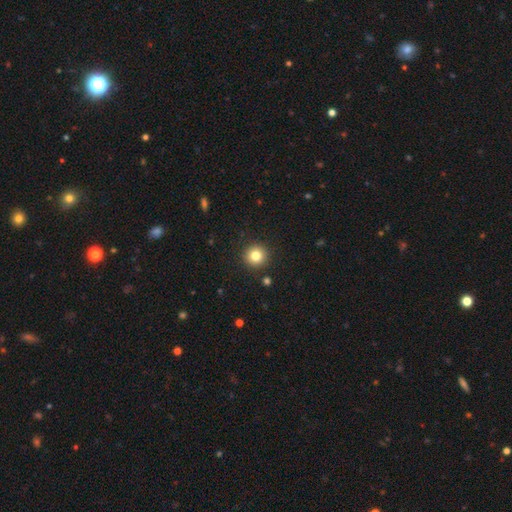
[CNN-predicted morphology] A smooth galaxy with no disk features (81%) that is round (95%).

Vote fractions:
- Smooth or featured? smooth: 81% / star or artifact: 12% / featured or disk: 8%
- How rounded? round: 95% / in between: 4% / cigar-shaped: 1%
- Merging? none: 91% / minor disturbance: 5% / major disturbance: 2% / merger: 1%